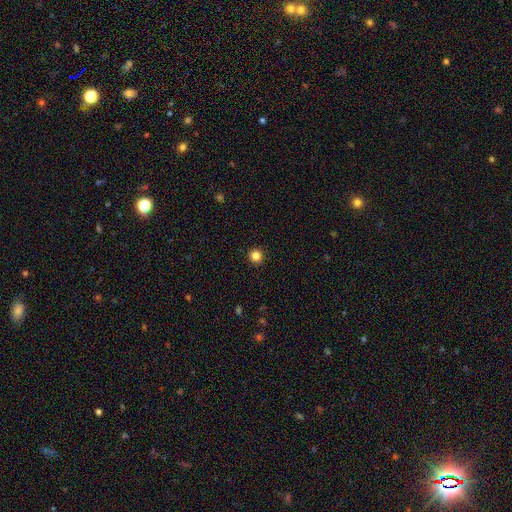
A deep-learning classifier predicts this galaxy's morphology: smooth-or-featured: smooth: 84% | star or artifact: 12% | featured or disk: 4%
  how-rounded: round: 96% | in between: 3% | cigar-shaped: 1%
  merging: none: 94% | minor disturbance: 4% | major disturbance: 1% | merger: 1%